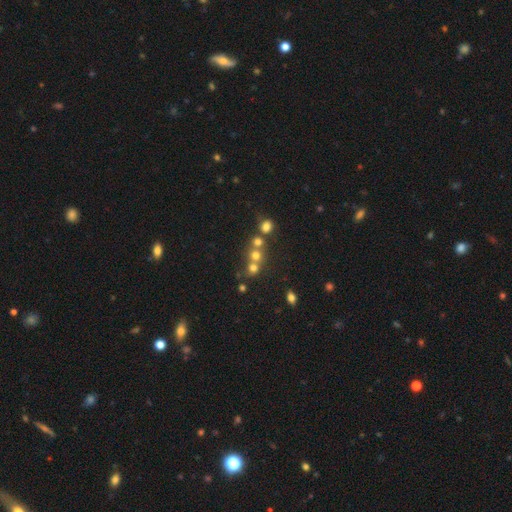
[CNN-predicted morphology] A smooth galaxy with no disk features (60%) that is round (83%). Merging: none (45%).